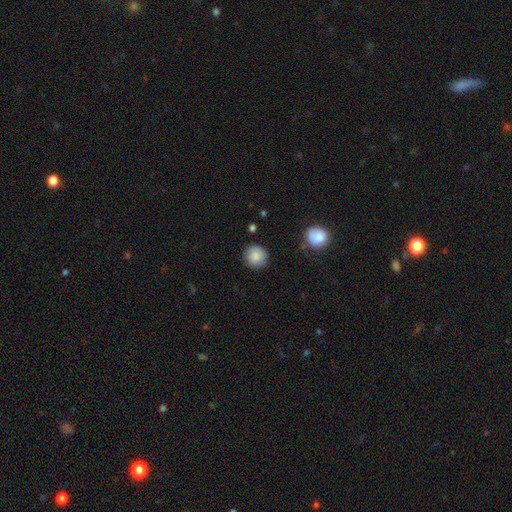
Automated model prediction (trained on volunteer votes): Smooth or featured?
  - smooth: 87% *
  - star or artifact: 8%
  - featured or disk: 5%
How rounded?
  - round: 93% *
  - in between: 6%
  - cigar-shaped: 1%
Merging?
  - none: 87% *
  - minor disturbance: 9%
  - major disturbance: 2%
  - merger: 2%